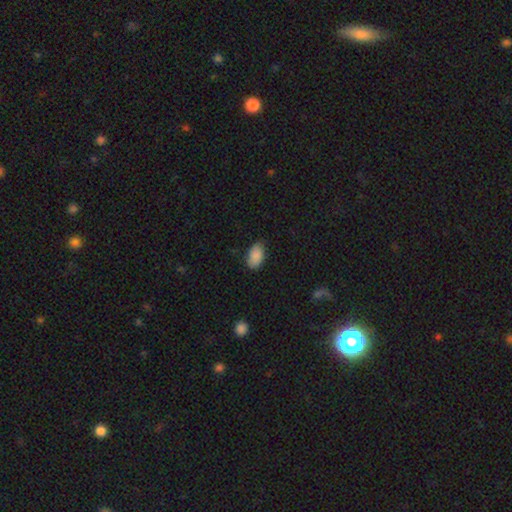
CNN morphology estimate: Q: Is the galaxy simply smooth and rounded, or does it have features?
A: smooth — 88%.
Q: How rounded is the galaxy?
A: in between — 94%.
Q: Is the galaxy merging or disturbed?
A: none — 78%.